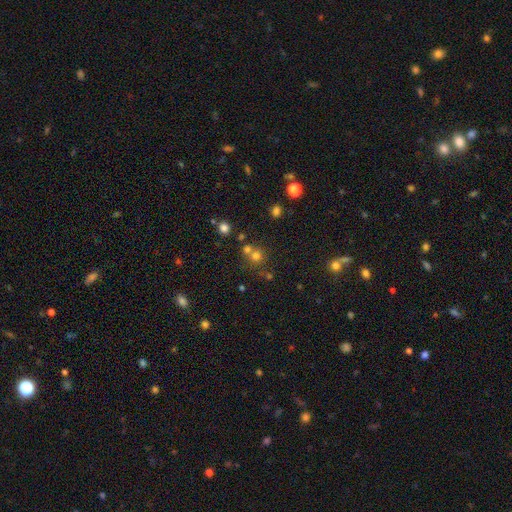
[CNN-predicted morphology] Q: Smooth or featured?
A: smooth (66%); runner-up: star or artifact (23%)
Q: How rounded?
A: round (89%); runner-up: in between (10%)
Q: Merging?
A: none (57%); runner-up: merger (32%)